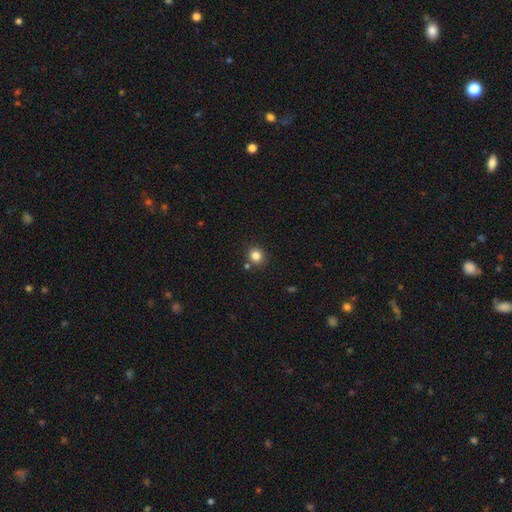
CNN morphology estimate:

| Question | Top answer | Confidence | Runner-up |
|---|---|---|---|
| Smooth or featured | smooth | 83% | star or artifact (12%) |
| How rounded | round | 88% | in between (11%) |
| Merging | none | 82% | minor disturbance (8%) |